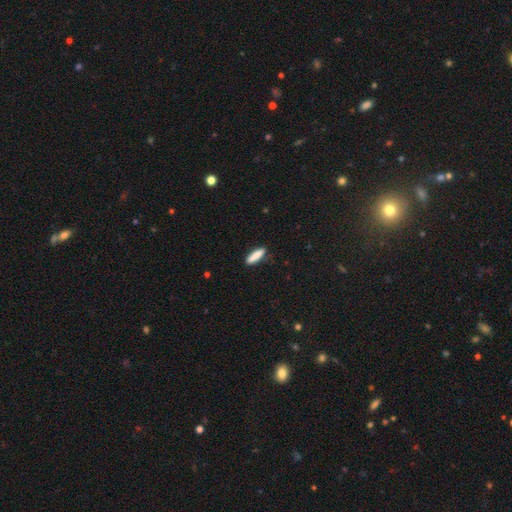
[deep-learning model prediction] A smooth galaxy with no disk features (84%) that is cigar-shaped (68%). Merging: none (84%).